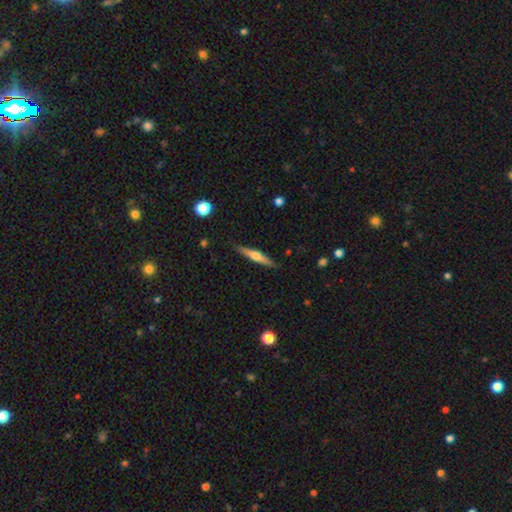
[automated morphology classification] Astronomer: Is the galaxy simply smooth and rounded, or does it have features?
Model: featured or disk — 58% (runner-up: smooth, 36%).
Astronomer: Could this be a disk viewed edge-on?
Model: yes — 97%.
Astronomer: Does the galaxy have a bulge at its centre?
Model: rounded — 88%.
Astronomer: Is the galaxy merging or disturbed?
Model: none — 88%.